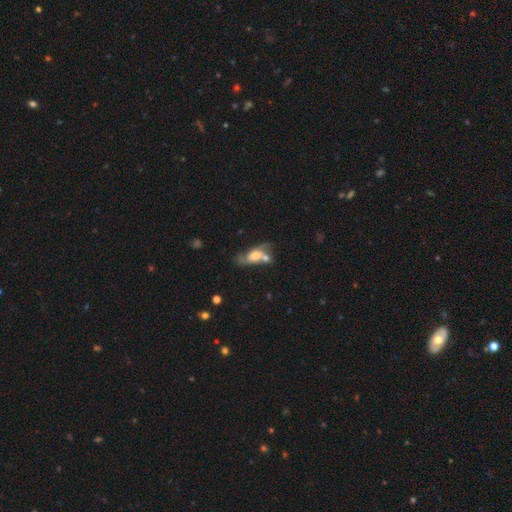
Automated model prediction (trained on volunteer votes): Morphology: type=featured or disk (50%); merging=merger (35%, tied with none).